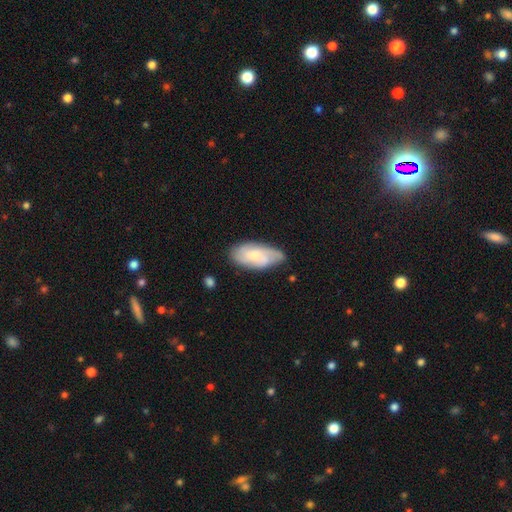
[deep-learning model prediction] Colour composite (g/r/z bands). It shows a smooth galaxy with no disk features (51%) that is in between round and cigar-shaped (89%). Merging: none (67%).